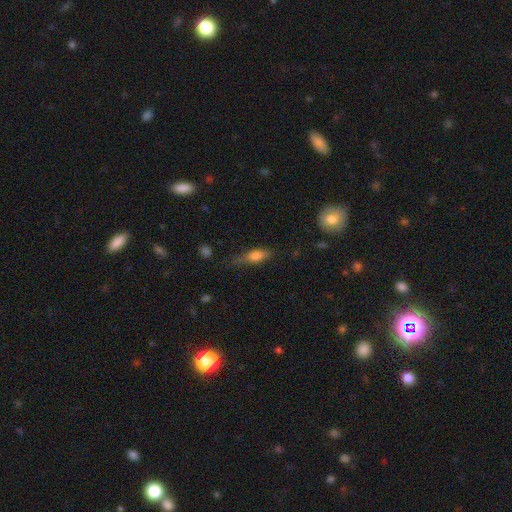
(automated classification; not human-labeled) The model was most divided on "how rounded": in between: 58%, cigar-shaped: 37%, round: 5%. More confident: smooth or featured — smooth (67%); merging — none (60%).